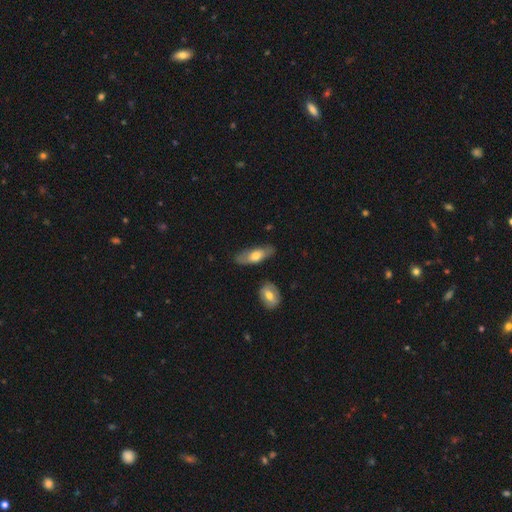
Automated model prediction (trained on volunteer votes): This is likely a smooth galaxy (60%). How rounded: likely in between (65%). Merging: likely none (74%).